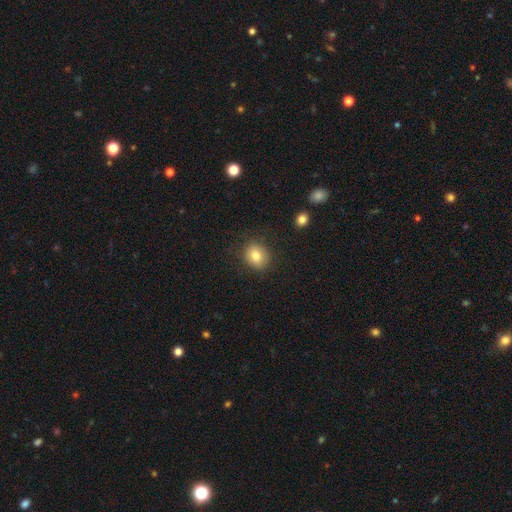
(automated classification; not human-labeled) smooth_or_featured: smooth (p=0.81) [alt: star or artifact p=0.10]
how_rounded: round (p=0.70) [alt: in between p=0.29]
merging: none (p=0.85) [alt: minor disturbance p=0.10]